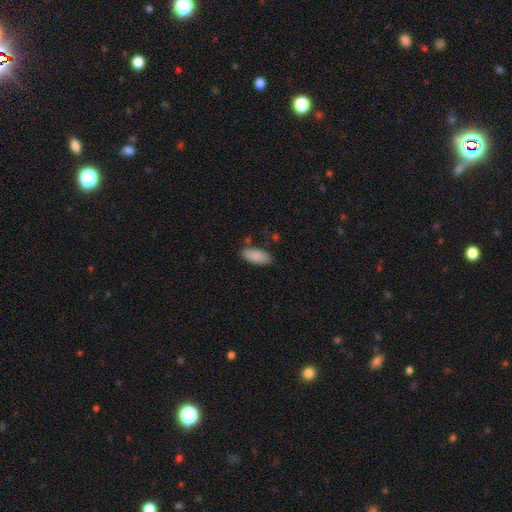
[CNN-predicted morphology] Overall: smooth (89%). How rounded: in between (90%). Merging: none (79%).